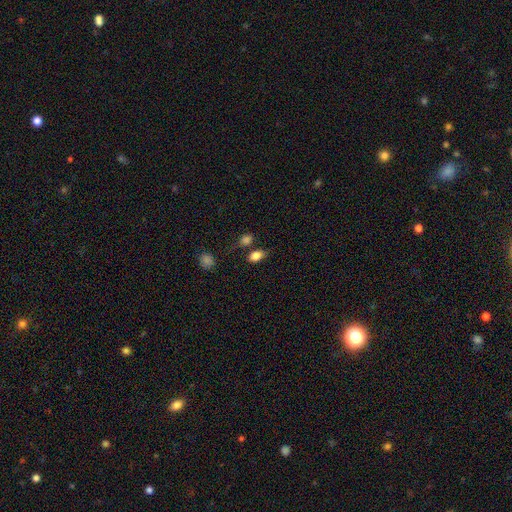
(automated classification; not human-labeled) Overall: smooth (83%). How rounded: in between (84%). Merging: none (66%).